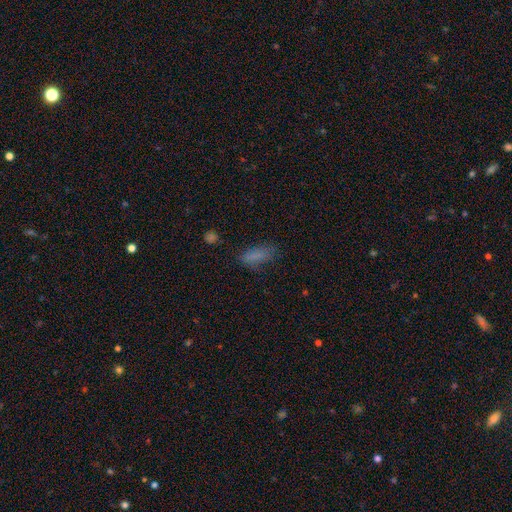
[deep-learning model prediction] Morphology: type=smooth (80%); roundness=in between (70%); merging=none (67%).